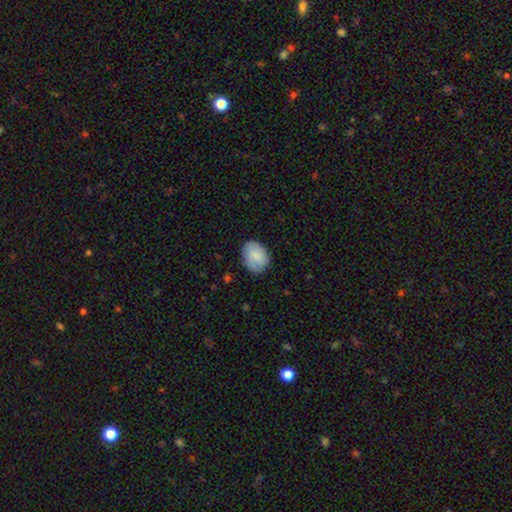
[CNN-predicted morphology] smooth 78%, featured or disk 16%, star or artifact 6%. Down the decision tree: how rounded — in between (68%); merging — none (79%).